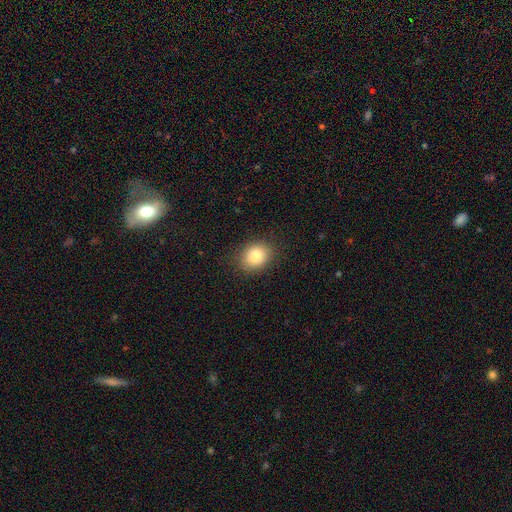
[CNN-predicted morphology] Smooth or featured?
  - smooth: 83% *
  - star or artifact: 10%
  - featured or disk: 7%
How rounded?
  - in between: 54% *
  - round: 45%
  - cigar-shaped: 1%
Merging?
  - none: 87% *
  - minor disturbance: 9%
  - major disturbance: 3%
  - merger: 1%